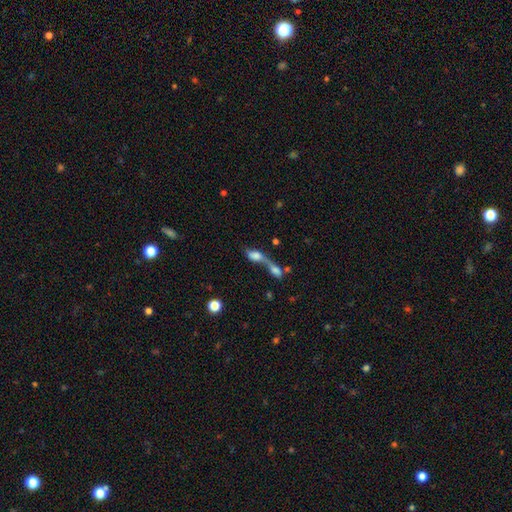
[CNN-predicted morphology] smooth 59%, featured or disk 30%, star or artifact 12%. Down the decision tree: how rounded — in between (69%); merging — merger (75%).